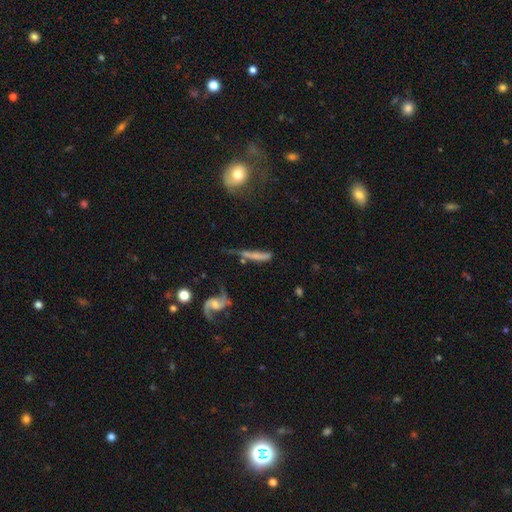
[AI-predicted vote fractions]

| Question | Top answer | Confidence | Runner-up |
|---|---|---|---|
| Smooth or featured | featured or disk | 47% | smooth (42%) |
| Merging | none | 40% | minor disturbance (24%) |